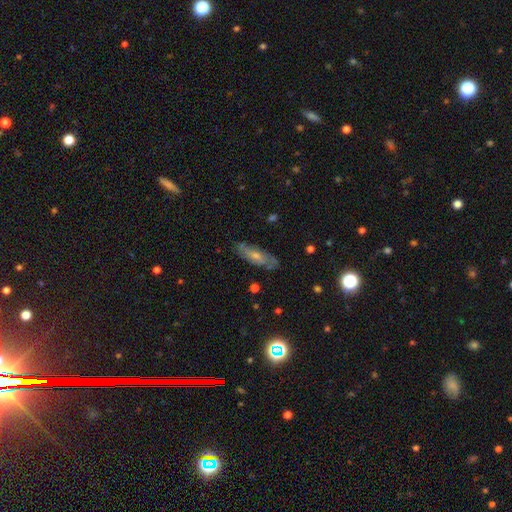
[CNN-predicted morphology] This is possibly a featured or disk galaxy (55%). It is likely not viewed edge-on (72%). Merging: likely none (80%).